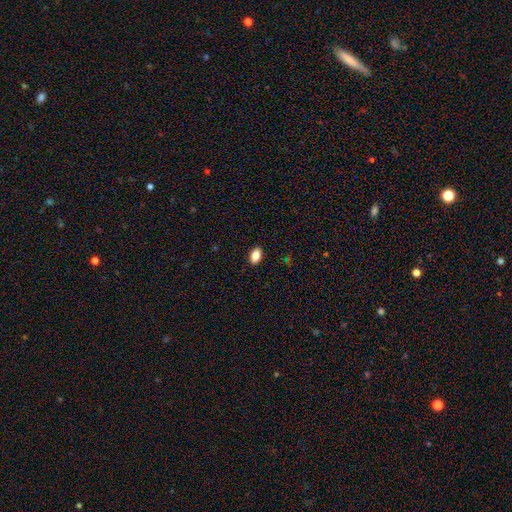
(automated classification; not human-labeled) Morphology: type=smooth (87%); roundness=in between (89%); merging=none (89%).